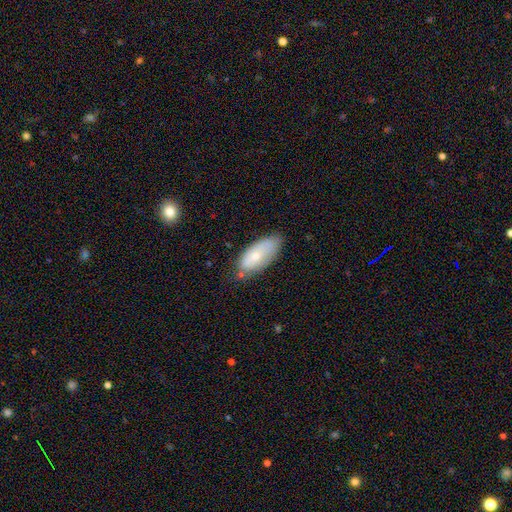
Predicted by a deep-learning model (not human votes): Smooth or featured? smooth (62%)
How rounded? in between (88%)
Merging? none (65%)